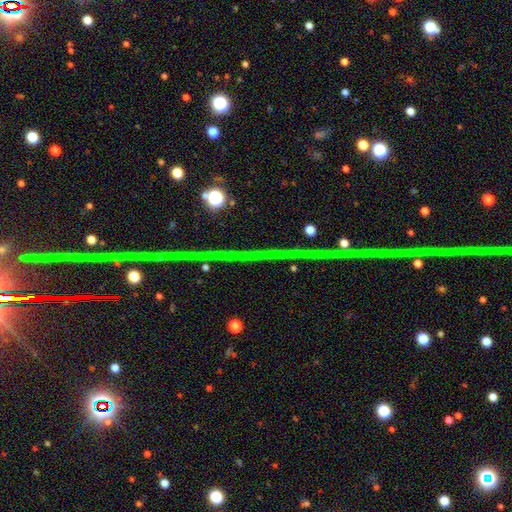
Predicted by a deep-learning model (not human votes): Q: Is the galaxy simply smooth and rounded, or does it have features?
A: star or artifact — 72%.